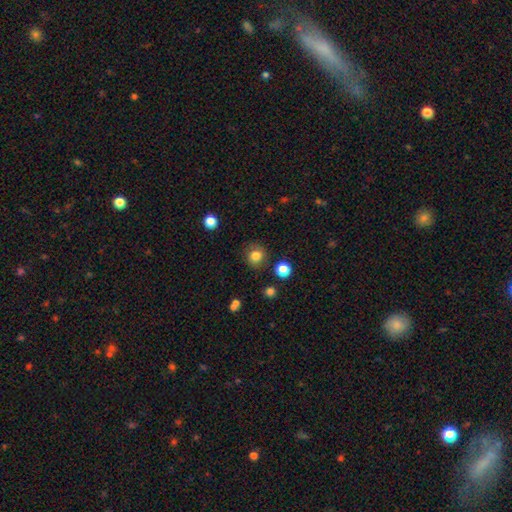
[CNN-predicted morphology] Smooth or featured?
  - smooth: 82% *
  - star or artifact: 12%
  - featured or disk: 6%
How rounded?
  - round: 88% *
  - in between: 11%
  - cigar-shaped: 1%
Merging?
  - none: 86% *
  - minor disturbance: 9%
  - major disturbance: 3%
  - merger: 2%